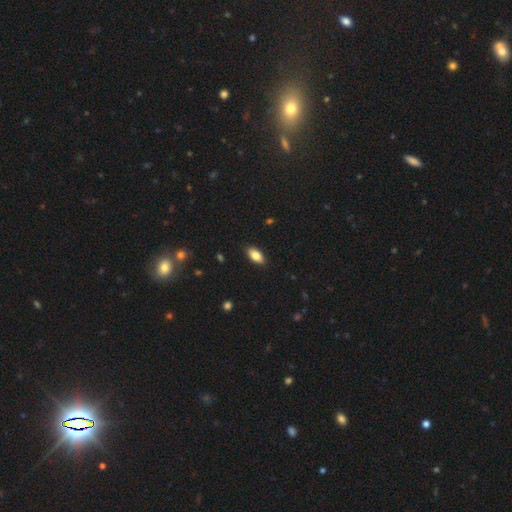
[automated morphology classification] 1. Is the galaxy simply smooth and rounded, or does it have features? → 83% smooth, 9% featured or disk, 7% star or artifact.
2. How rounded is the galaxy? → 91% in between, 5% cigar-shaped, 3% round.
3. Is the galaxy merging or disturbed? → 88% none, 9% minor disturbance, 2% major disturbance, 1% merger.